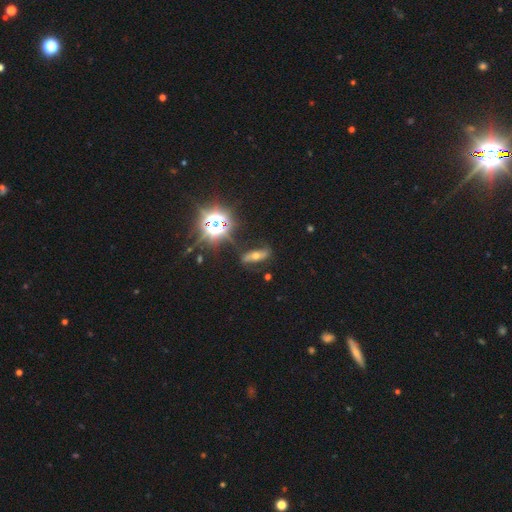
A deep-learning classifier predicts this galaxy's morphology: smooth-or-featured: featured or disk: 42% | smooth: 30% | star or artifact: 27%
  merging: none: 75% | minor disturbance: 15% | major disturbance: 7% | merger: 3%